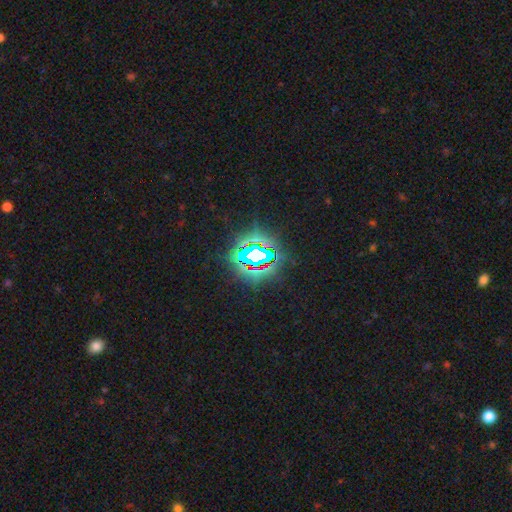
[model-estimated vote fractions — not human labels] smooth_or_featured: star or artifact (p=0.77) [alt: smooth p=0.12]